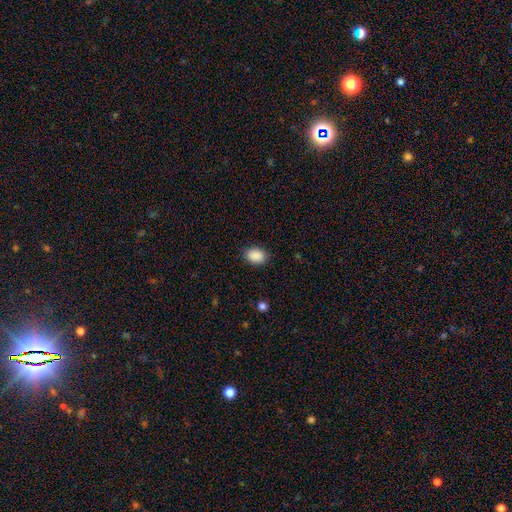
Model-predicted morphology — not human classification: type=smooth (90%); roundness=in between (77%); merging=none (86%).